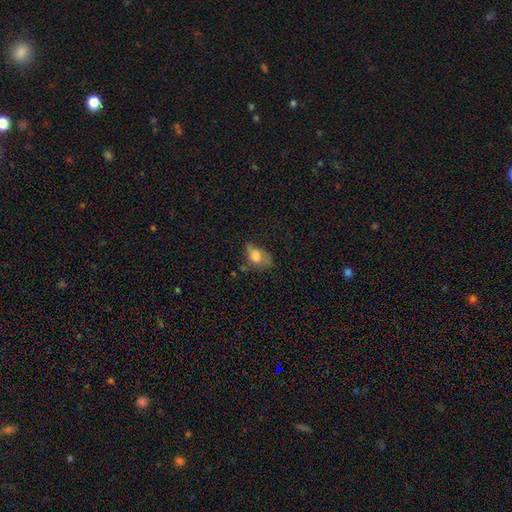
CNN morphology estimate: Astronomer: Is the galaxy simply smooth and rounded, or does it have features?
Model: smooth — 74%.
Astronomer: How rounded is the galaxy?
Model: in between — 84%.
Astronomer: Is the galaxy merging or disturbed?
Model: minor disturbance — 36% (runner-up: none, 34%).